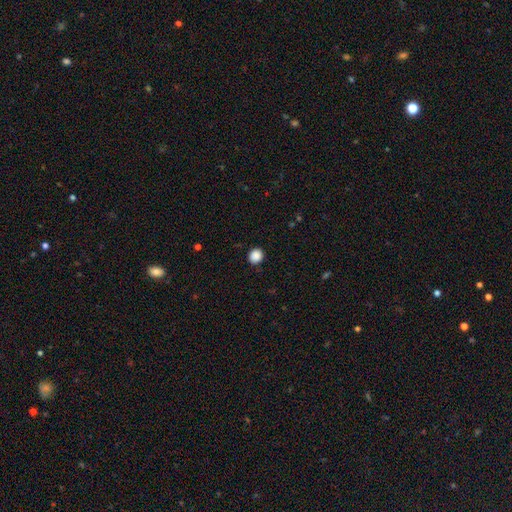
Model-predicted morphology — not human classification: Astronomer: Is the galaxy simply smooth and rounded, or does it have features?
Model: smooth — 88%.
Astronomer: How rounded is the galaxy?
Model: round — 84%.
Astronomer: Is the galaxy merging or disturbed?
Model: none — 90%.